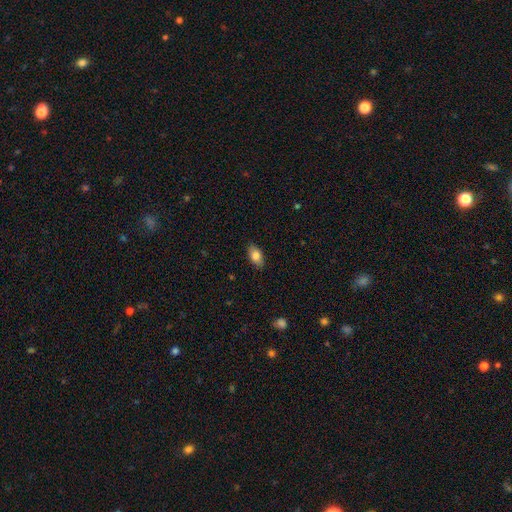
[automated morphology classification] A smooth galaxy with no disk features (82%) that is in between round and cigar-shaped (89%).

Vote fractions:
- Smooth or featured? smooth: 82% / featured or disk: 11% / star or artifact: 7%
- How rounded? in between: 89% / round: 6% / cigar-shaped: 5%
- Merging? none: 85% / minor disturbance: 11% / major disturbance: 2% / merger: 1%